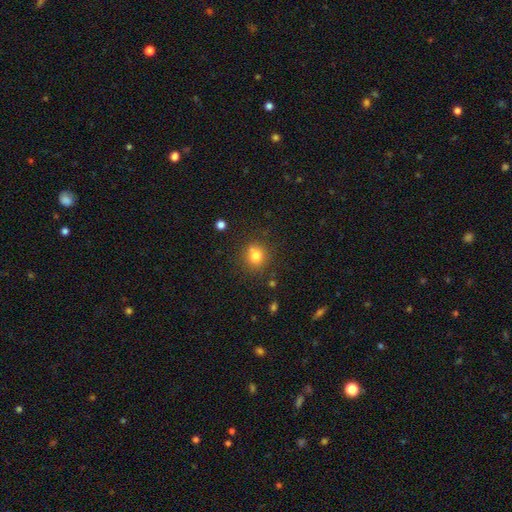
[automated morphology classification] A smooth galaxy with no disk features (78%) that is round (83%).

Vote fractions:
- Smooth or featured? smooth: 78% / star or artifact: 13% / featured or disk: 9%
- How rounded? round: 83% / in between: 16% / cigar-shaped: 1%
- Merging? none: 74% / minor disturbance: 13% / merger: 9% / major disturbance: 4%